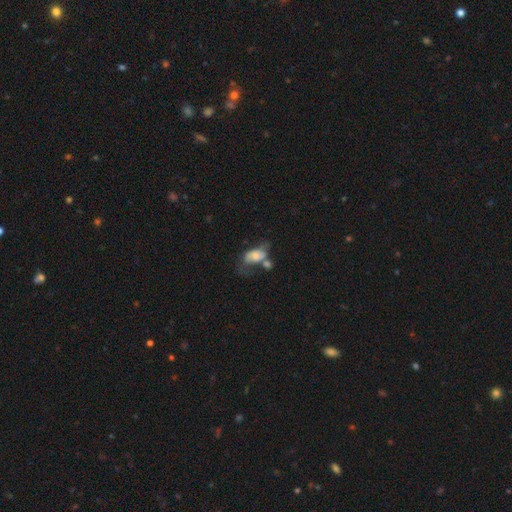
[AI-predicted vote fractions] Smooth or featured? smooth (55%)
How rounded? in between (86%)
Merging? merger (34%)